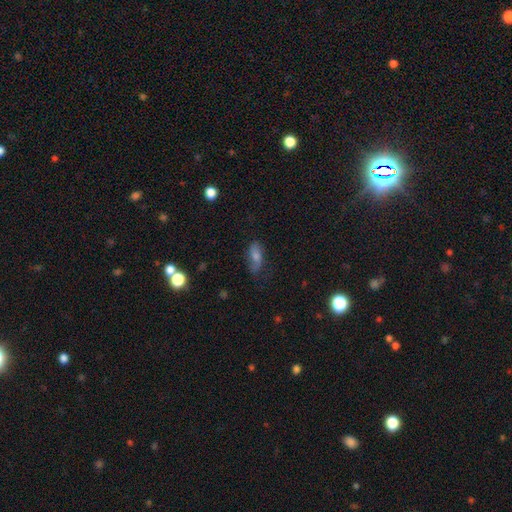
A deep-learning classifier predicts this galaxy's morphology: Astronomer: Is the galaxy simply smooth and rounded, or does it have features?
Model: smooth — 49% (runner-up: featured or disk, 36%).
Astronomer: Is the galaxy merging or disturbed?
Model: none — 68%.